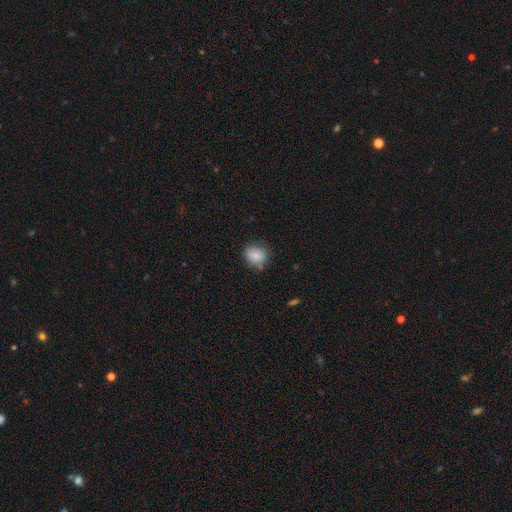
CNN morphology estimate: The model was most divided on "how rounded": round: 67%, in between: 32%, cigar-shaped: 1%. More confident: smooth or featured — smooth (84%); merging — none (75%).